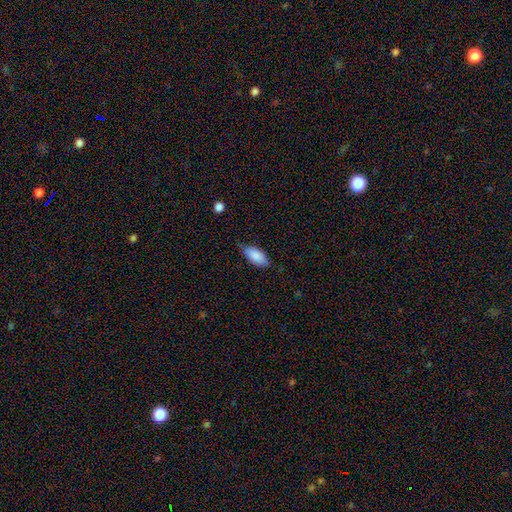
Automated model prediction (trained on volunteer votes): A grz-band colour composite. It shows a smooth galaxy with no disk features (86%) that is in between round and cigar-shaped (89%). Merging: none (71%).